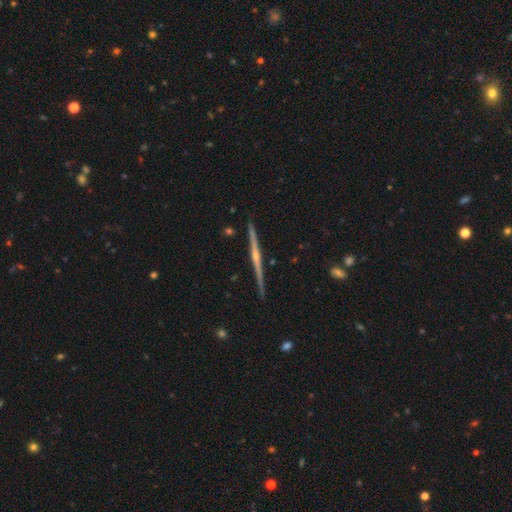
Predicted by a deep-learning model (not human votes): Smooth or featured? featured or disk (77%)
Edge-on disk? yes (97%)
Edge-on bulge? rounded (71%)
Merging? none (87%)